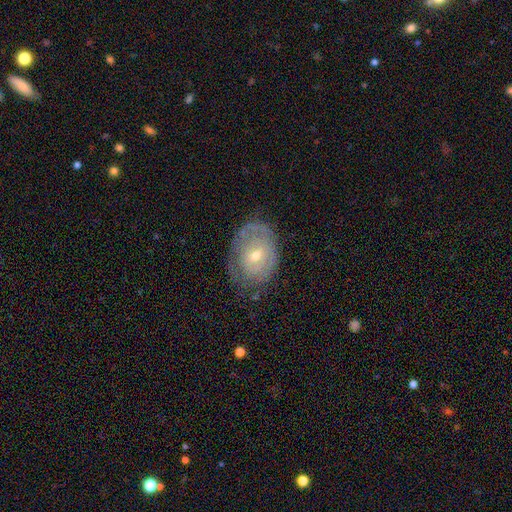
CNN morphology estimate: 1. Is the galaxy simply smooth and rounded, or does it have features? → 66% featured or disk, 27% smooth, 7% star or artifact.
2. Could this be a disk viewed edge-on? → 95% no, 5% yes.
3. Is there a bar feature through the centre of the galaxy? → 63% no, 30% weak, 6% strong.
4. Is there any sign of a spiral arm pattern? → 68% yes, 32% no.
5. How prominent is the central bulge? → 49% moderate, 47% small, 2% large, 1% none, 1% dominant.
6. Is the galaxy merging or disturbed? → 61% none, 26% minor disturbance, 12% major disturbance, 1% merger.